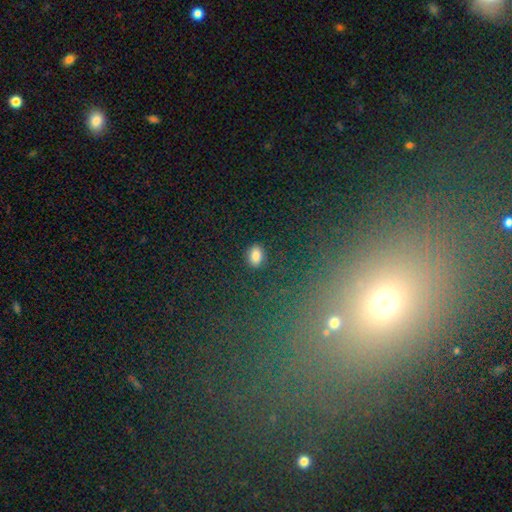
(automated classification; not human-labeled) Q: Smooth or featured?
A: smooth (84%); runner-up: star or artifact (12%)
Q: How rounded?
A: in between (79%); runner-up: round (20%)
Q: Merging?
A: none (87%); runner-up: minor disturbance (9%)